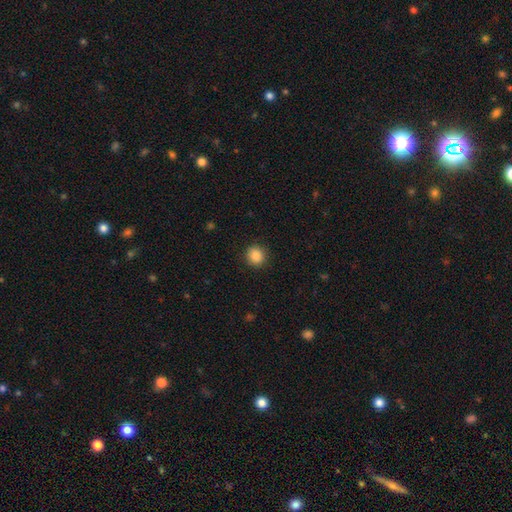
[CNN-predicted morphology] Smooth or featured?
  - smooth: 88% *
  - star or artifact: 9%
  - featured or disk: 3%
How rounded?
  - round: 87% *
  - in between: 12%
  - cigar-shaped: 1%
Merging?
  - none: 90% *
  - minor disturbance: 6%
  - major disturbance: 2%
  - merger: 1%